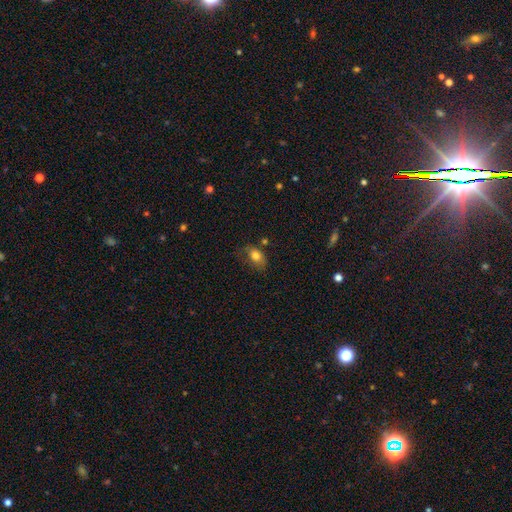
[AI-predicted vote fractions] Smooth or featured? smooth (79%)
How rounded? in between (80%)
Merging? none (51%)